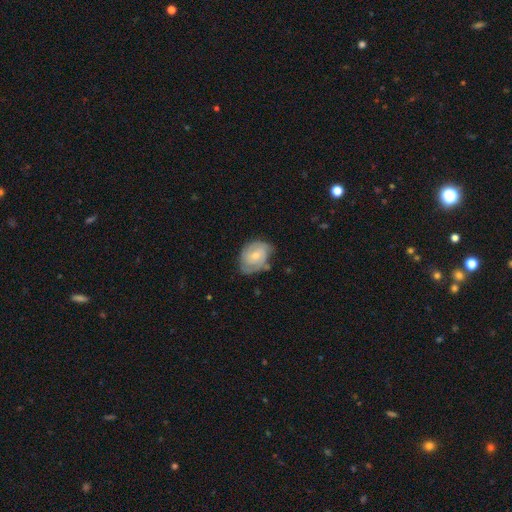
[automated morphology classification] Smooth or featured? Predicted: featured or disk (p=0.65). Edge-on disk? Predicted: no (p=0.97). Bar? Predicted: no (p=0.62). Spiral arms? Predicted: yes (p=0.86). Spiral winding? Predicted: tight (p=0.55). Spiral arm count? Predicted: 2 (p=0.43). Bulge size? Predicted: small (p=0.56). Merging? Predicted: none (p=0.57).